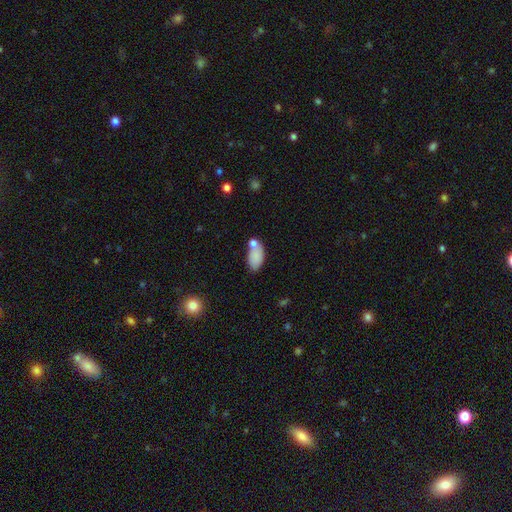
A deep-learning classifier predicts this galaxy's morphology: smooth_or_featured: smooth (p=0.82) [alt: featured or disk p=0.10]
how_rounded: in between (p=0.92) [alt: round p=0.05]
merging: none (p=0.52) [alt: merger p=0.22]